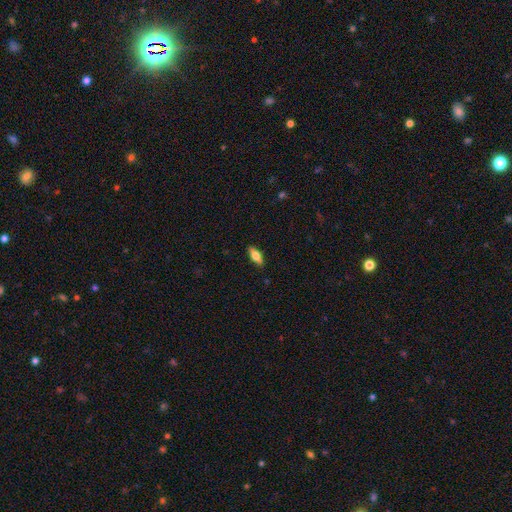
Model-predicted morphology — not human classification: The model was most divided on "smooth or featured": smooth: 68%, featured or disk: 25%, star or artifact: 7%. More confident: merging — none (87%); how rounded — in between (73%).